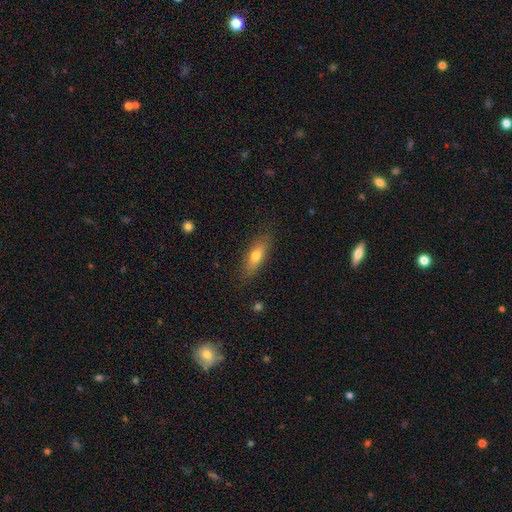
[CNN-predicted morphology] The model was most divided on "how rounded": in between: 54%, cigar-shaped: 42%, round: 3%. More confident: merging — none (83%); smooth or featured — smooth (70%).